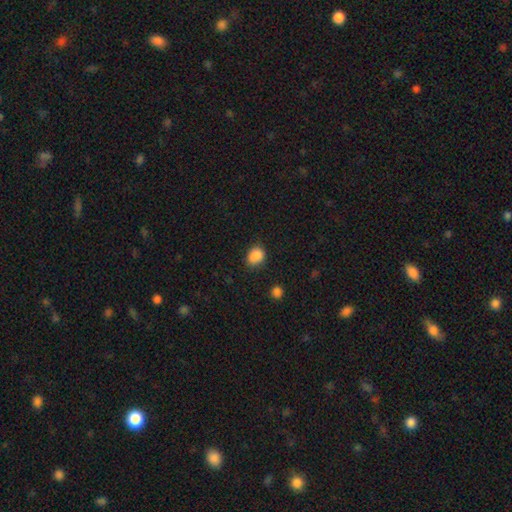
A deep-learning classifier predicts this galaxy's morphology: smooth 87%, star or artifact 10%, featured or disk 3%. Down the decision tree: how rounded — in between (54%); merging — none (75%).